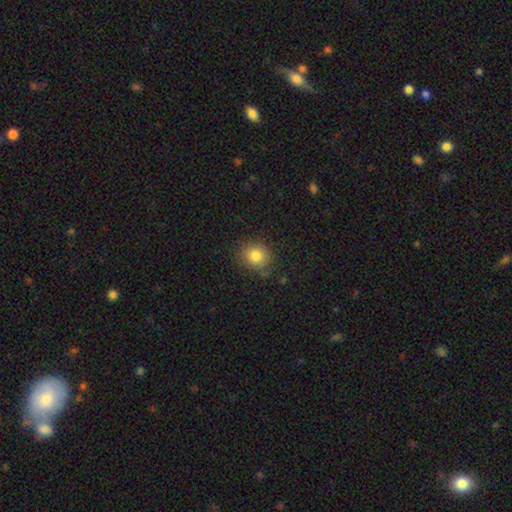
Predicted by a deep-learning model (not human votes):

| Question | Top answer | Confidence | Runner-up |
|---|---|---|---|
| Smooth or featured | smooth | 82% | star or artifact (11%) |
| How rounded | round | 77% | in between (22%) |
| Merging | none | 82% | minor disturbance (13%) |